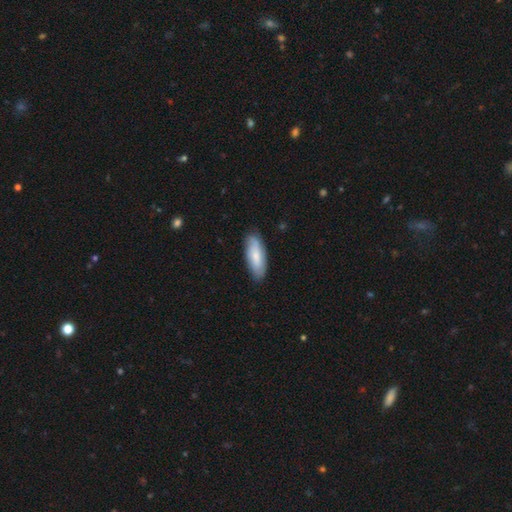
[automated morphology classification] Smooth or featured? Predicted: smooth (p=0.70). How rounded? Predicted: in between (p=0.71). Merging? Predicted: none (p=0.82).